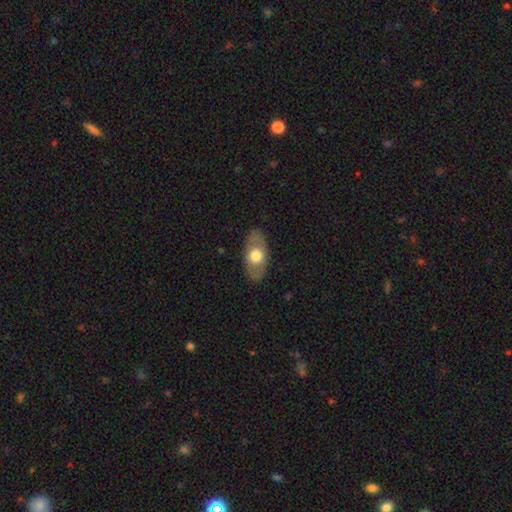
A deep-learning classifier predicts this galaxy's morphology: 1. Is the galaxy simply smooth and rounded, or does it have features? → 56% smooth, 39% featured or disk, 5% star or artifact.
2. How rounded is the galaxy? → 89% in between, 7% round, 3% cigar-shaped.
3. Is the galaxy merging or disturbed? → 85% none, 11% minor disturbance, 3% major disturbance, 1% merger.